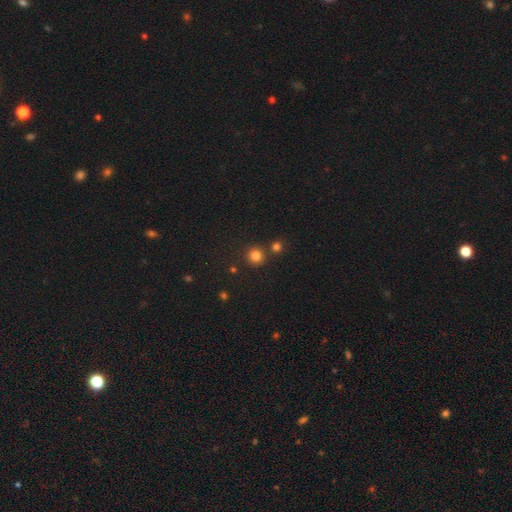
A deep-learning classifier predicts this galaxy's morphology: smooth 79%, star or artifact 16%, featured or disk 5%. Down the decision tree: how rounded — round (93%); merging — none (80%).